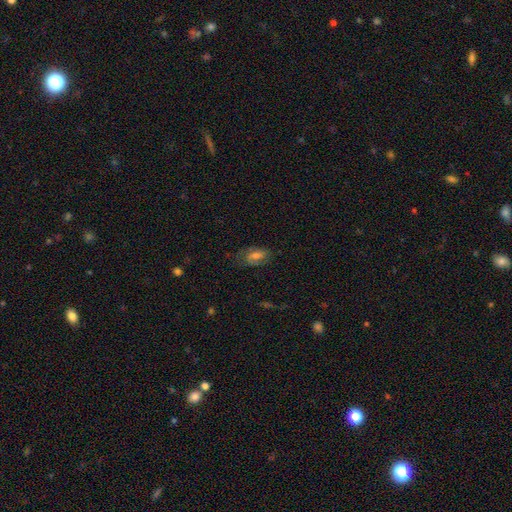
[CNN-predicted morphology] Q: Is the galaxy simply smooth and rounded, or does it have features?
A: featured or disk — 47%.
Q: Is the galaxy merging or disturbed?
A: none — 67%.